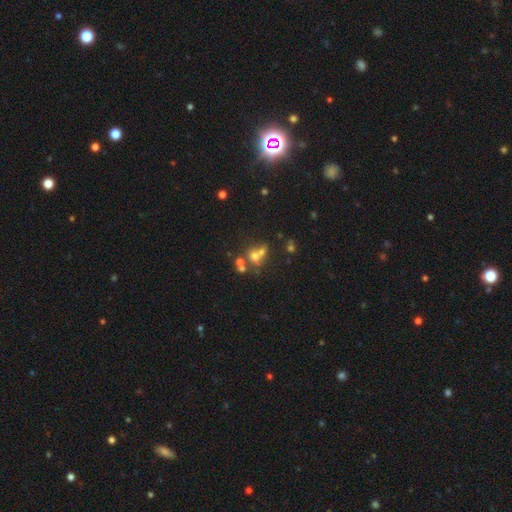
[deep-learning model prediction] This appears to be a smooth galaxy with no disk features (49%). Merging: merger (48%).